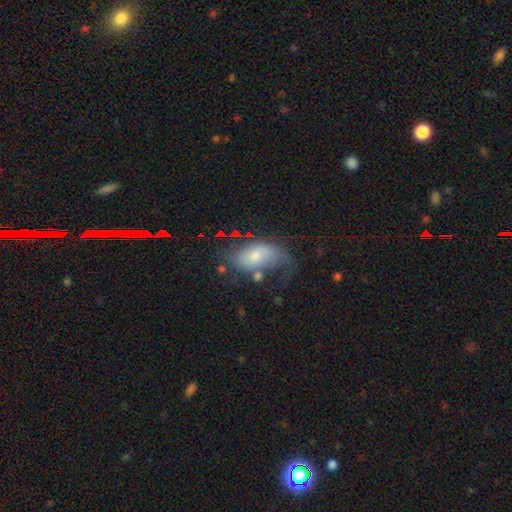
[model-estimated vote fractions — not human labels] smooth 46%, featured or disk 44%, star or artifact 10%. Down the decision tree: merging — none (37%).